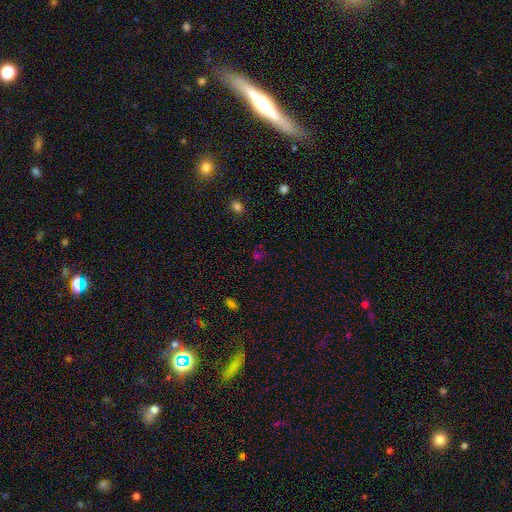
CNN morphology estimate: This appears to be a smooth galaxy with no disk features (47%). Merging: none (76%).